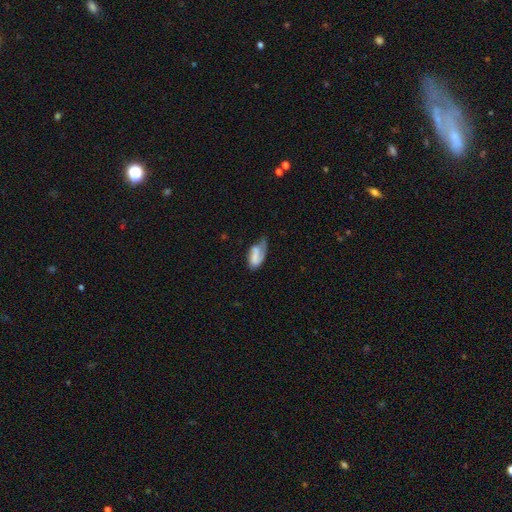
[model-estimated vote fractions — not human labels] Smooth or featured? smooth (49%)
Merging? minor disturbance (34%)